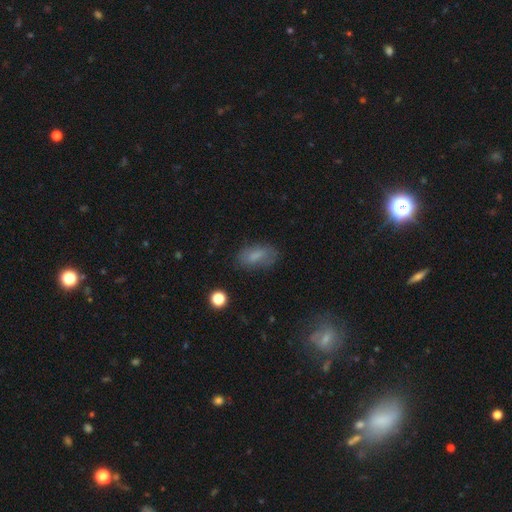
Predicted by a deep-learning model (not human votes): Overall: smooth (70%). How rounded: in between (85%). Merging: none (70%).